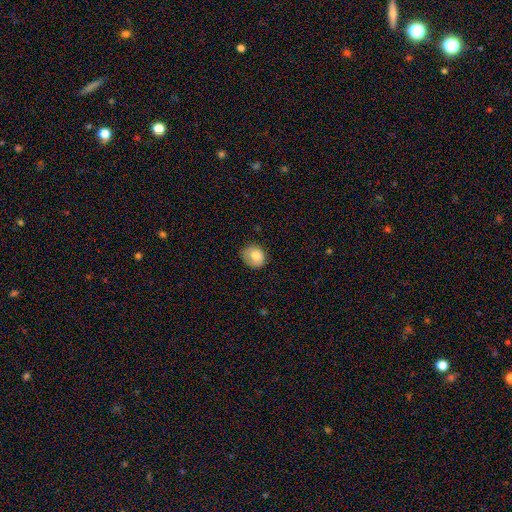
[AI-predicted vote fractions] Smooth or featured: smooth — 78% (featured or disk — 14%)
How rounded: round — 65% (in between — 34%)
Merging: none — 66% (minor disturbance — 26%)